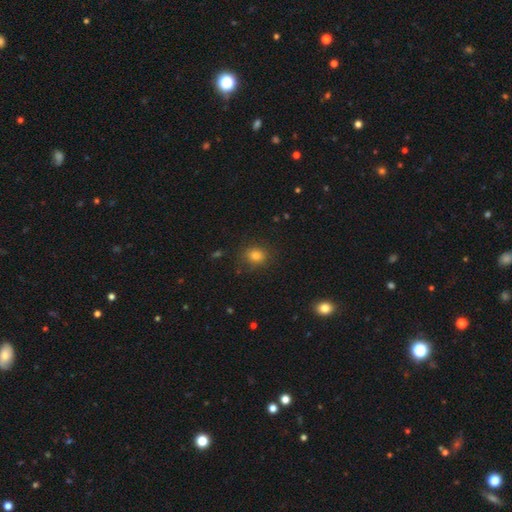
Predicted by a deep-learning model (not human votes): smooth 80%, star or artifact 14%, featured or disk 6%. Down the decision tree: how rounded — round (59%); merging — none (85%).